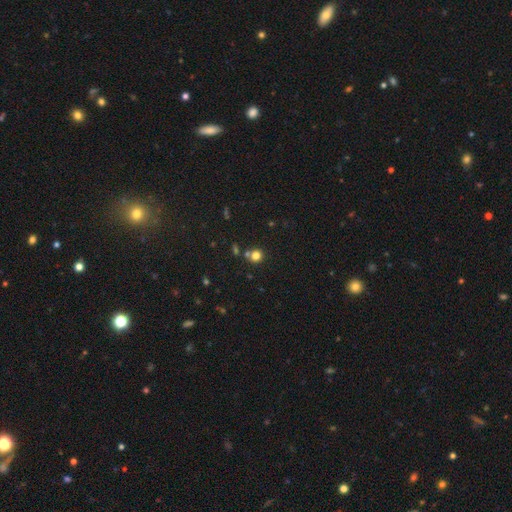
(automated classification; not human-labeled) Overall: smooth (76%). How rounded: round (90%). Merging: none (70%).